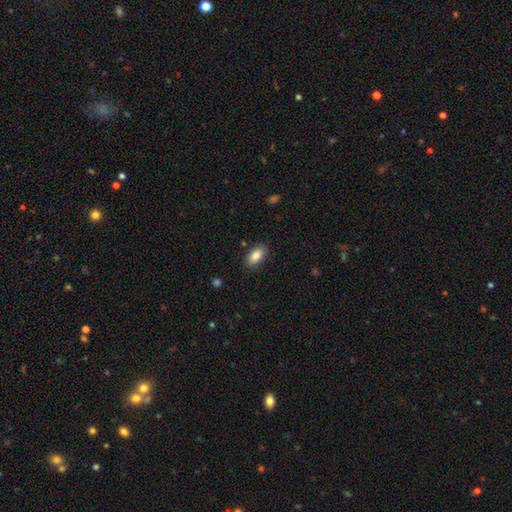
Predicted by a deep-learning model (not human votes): The model was most divided on "merging": none: 87%, minor disturbance: 10%, major disturbance: 3%, merger: 1%. More confident: how rounded — in between (92%); smooth or featured — smooth (86%).